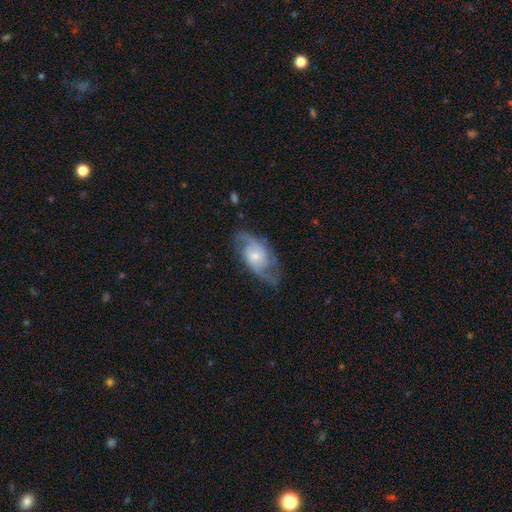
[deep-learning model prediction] Smooth or featured? Predicted: featured or disk (p=0.80). Edge-on disk? Predicted: no (p=0.95). Bar? Predicted: no (p=0.58). Spiral arms? Predicted: yes (p=0.94). Spiral winding? Predicted: medium (p=0.51). Spiral arm count? Predicted: 2 (p=0.78). Bulge size? Predicted: small (p=0.45). Merging? Predicted: none (p=0.68).